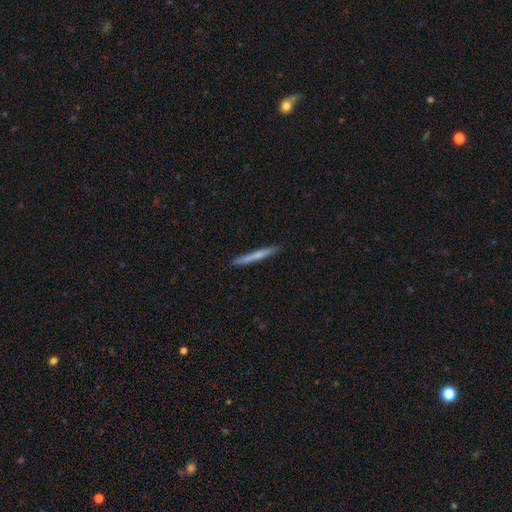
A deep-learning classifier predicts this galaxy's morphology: smooth 64%, featured or disk 31%, star or artifact 5%. Down the decision tree: how rounded — cigar-shaped (97%); merging — none (91%).